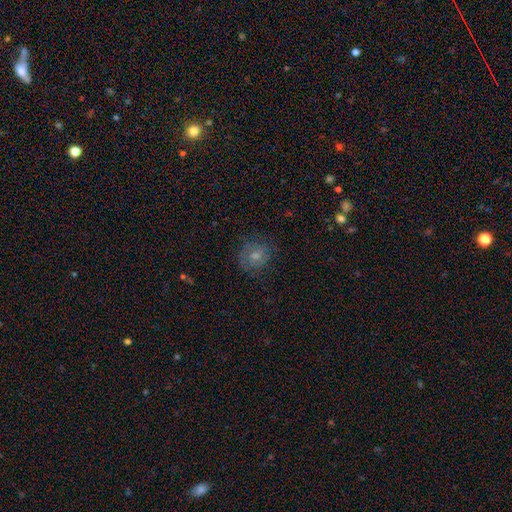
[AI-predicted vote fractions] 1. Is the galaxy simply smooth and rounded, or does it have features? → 64% smooth, 24% featured or disk, 12% star or artifact.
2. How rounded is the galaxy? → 72% round, 27% in between, 1% cigar-shaped.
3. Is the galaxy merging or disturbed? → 71% none, 18% minor disturbance, 9% major disturbance, 1% merger.